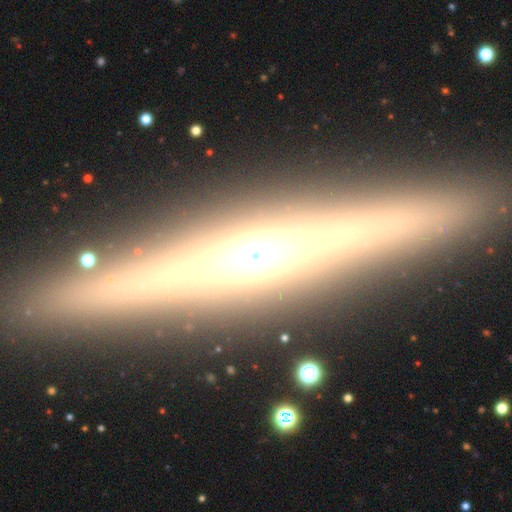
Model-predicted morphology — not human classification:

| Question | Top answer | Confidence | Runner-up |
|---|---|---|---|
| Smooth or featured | featured or disk | 79% | smooth (14%) |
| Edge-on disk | yes | 95% | no (5%) |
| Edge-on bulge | rounded | 77% | none (14%) |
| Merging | none | 90% | minor disturbance (7%) |